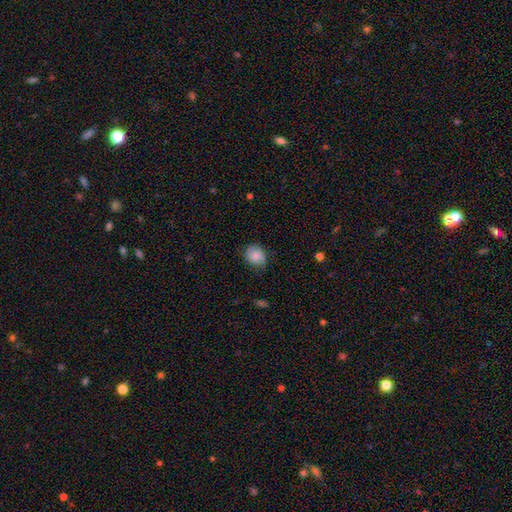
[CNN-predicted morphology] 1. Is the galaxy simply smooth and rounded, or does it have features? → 77% smooth, 16% featured or disk, 8% star or artifact.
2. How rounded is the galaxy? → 63% round, 36% in between, 1% cigar-shaped.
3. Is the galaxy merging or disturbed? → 71% none, 23% minor disturbance, 5% major disturbance, 1% merger.